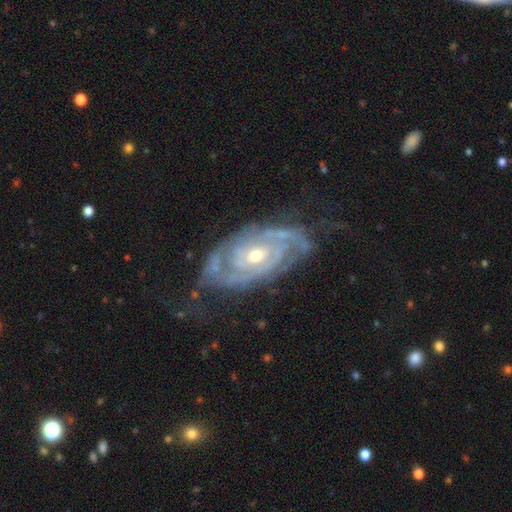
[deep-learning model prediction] Smooth or featured?
  - featured or disk: 91% *
  - star or artifact: 5%
  - smooth: 4%
Edge-on disk?
  - no: 95% *
  - yes: 5%
Bar?
  - no: 63% *
  - weak: 27%
  - strong: 11%
Spiral arms?
  - yes: 97% *
  - no: 3%
Spiral winding?
  - tight: 74% *
  - medium: 22%
  - loose: 4%
Spiral arm count?
  - 2: 44% *
  - 3: 20%
  - can't tell: 19%
  - 4: 7%
  - more than 4: 5%
  - 1: 5%
Bulge size?
  - moderate: 58% *
  - small: 38%
  - large: 2%
  - none: 1%
  - dominant: 1%
Merging?
  - none: 70% *
  - minor disturbance: 20%
  - major disturbance: 8%
  - merger: 1%